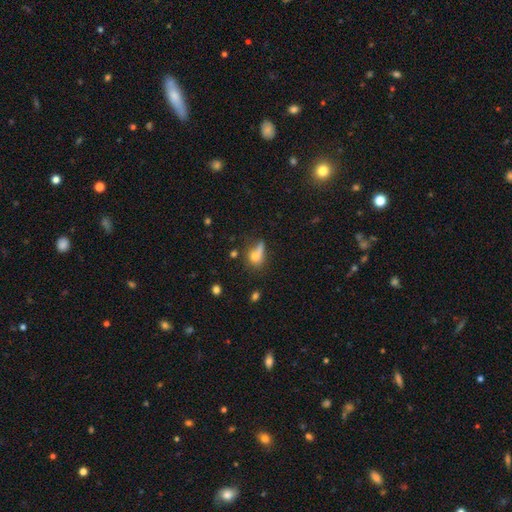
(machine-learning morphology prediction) Smooth or featured? Predicted: smooth (p=0.67). How rounded? Predicted: in between (p=0.52). Merging? Predicted: none (p=0.35).